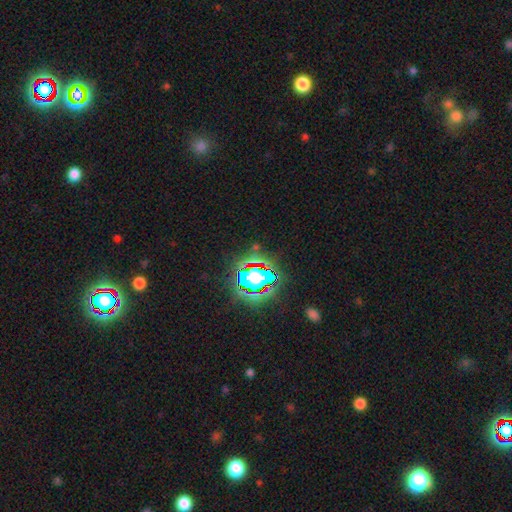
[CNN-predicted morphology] This is clearly a star or artifact rather than a galaxy (80%).